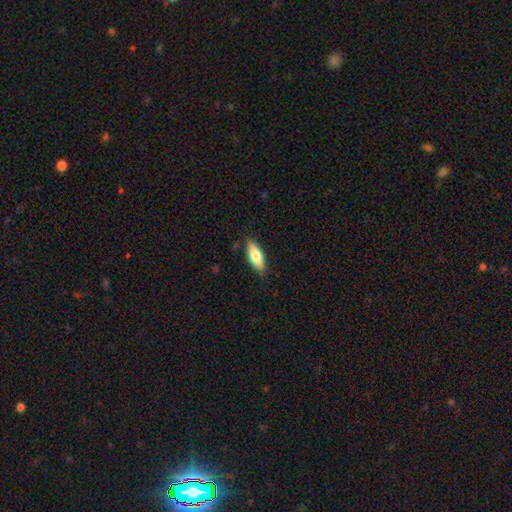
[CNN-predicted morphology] This appears to be a smooth galaxy with no disk features (72%) that is in between round and cigar-shaped (66%). Merging: none (86%).